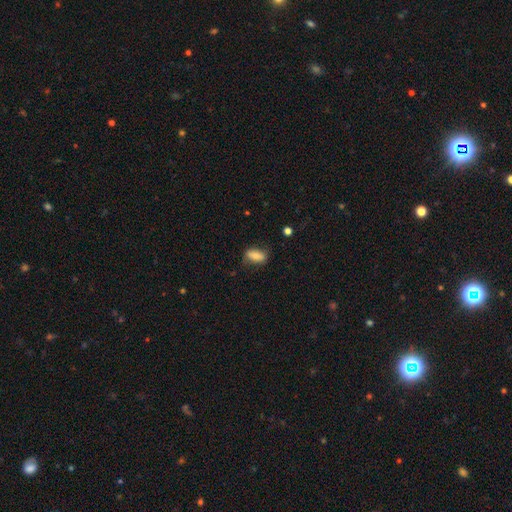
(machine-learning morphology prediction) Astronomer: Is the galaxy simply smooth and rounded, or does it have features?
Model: smooth — 78%.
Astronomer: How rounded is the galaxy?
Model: in between — 84%.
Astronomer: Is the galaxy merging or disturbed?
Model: none — 69%.